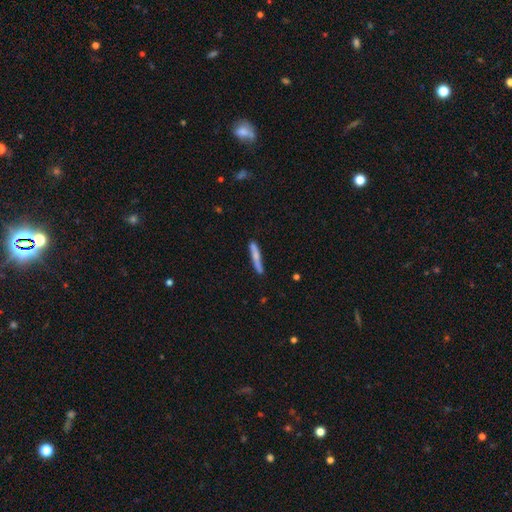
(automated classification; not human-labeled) This appears to be a smooth galaxy with no disk features (63%) that is cigar-shaped (94%). Merging: none (76%).